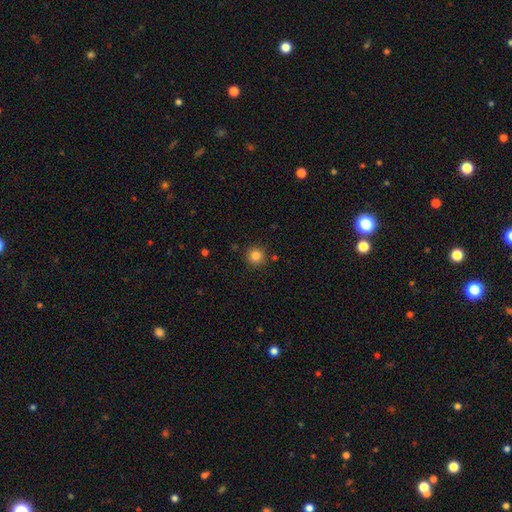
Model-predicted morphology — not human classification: The model was most divided on "smooth or featured": smooth: 83%, star or artifact: 12%, featured or disk: 5%. More confident: how rounded — round (95%); merging — none (88%).